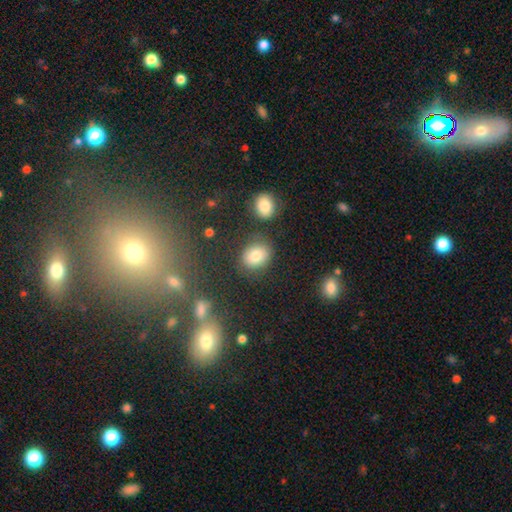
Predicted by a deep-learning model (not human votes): Smooth or featured: smooth — 81% (star or artifact — 11%)
How rounded: round — 55% (in between — 44%)
Merging: none — 78% (minor disturbance — 12%)